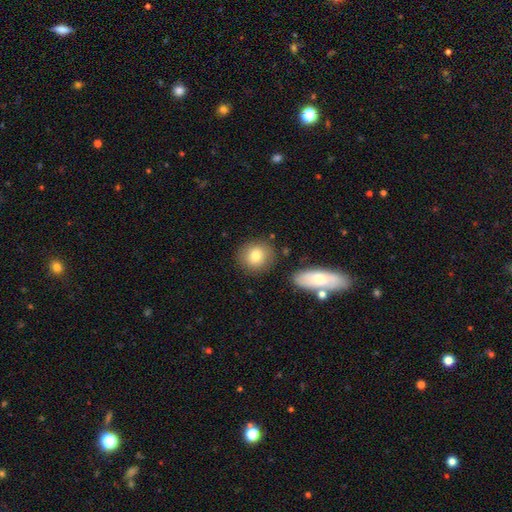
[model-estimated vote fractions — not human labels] Smooth or featured? Predicted: smooth (p=0.80). How rounded? Predicted: round (p=0.83). Merging? Predicted: none (p=0.81).